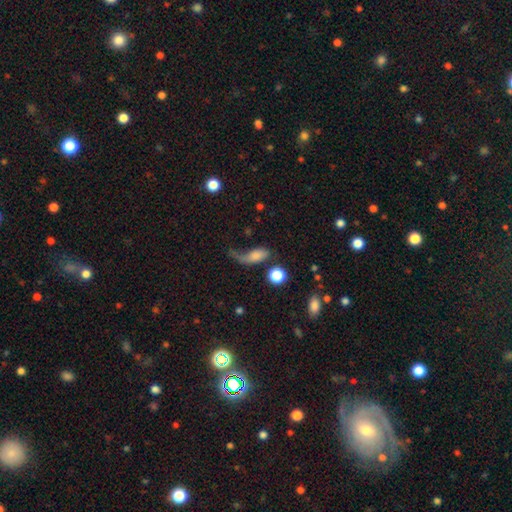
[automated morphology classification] Smooth or featured: smooth — 63% (featured or disk — 26%)
How rounded: in between — 73% (cigar-shaped — 15%)
Merging: major disturbance — 45% (none — 24%)